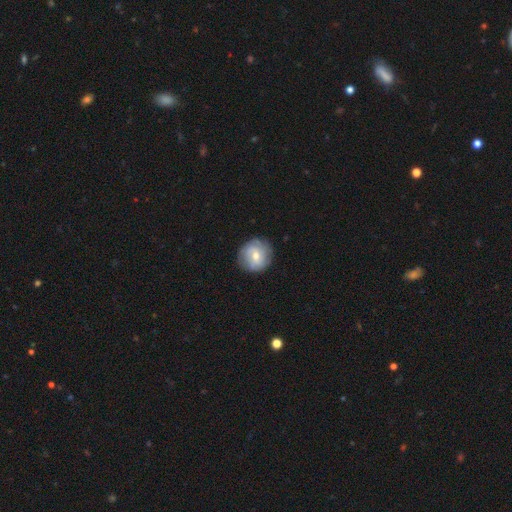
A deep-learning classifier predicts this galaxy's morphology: The model was most divided on "bar": weak: 49%, no: 38%, strong: 13%. More confident: edge-on disk — no (97%); merging — none (82%); spiral arms — yes (74%); bulge size — moderate (58%); smooth or featured — featured or disk (54%).